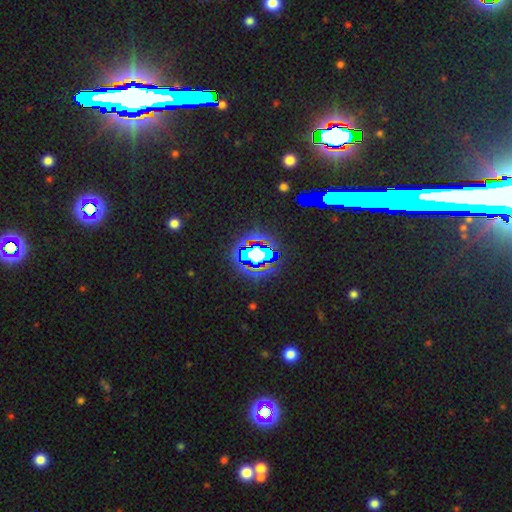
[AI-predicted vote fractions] This is likely a star or artifact rather than a galaxy (67%).